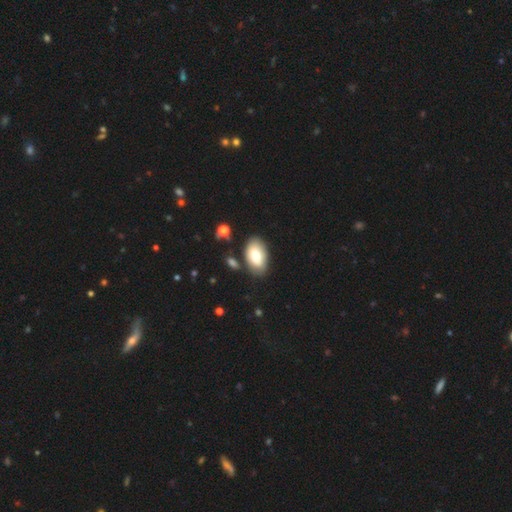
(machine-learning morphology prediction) Smooth or featured?
  - smooth: 79% *
  - featured or disk: 14%
  - star or artifact: 6%
How rounded?
  - in between: 94% *
  - round: 4%
  - cigar-shaped: 1%
Merging?
  - none: 75% *
  - minor disturbance: 15%
  - merger: 6%
  - major disturbance: 4%